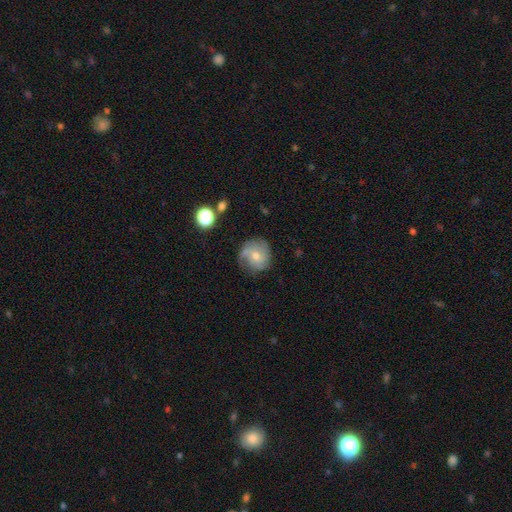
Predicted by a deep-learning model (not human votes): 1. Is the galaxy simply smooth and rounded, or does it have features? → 55% featured or disk, 35% smooth, 10% star or artifact.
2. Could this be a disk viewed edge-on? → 97% no, 3% yes.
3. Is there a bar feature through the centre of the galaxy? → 67% no, 29% weak, 4% strong.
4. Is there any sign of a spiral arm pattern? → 85% yes, 15% no.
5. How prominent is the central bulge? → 55% moderate, 39% small, 2% large, 2% none, 1% dominant.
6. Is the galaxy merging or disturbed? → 70% none, 20% minor disturbance, 8% major disturbance, 2% merger.